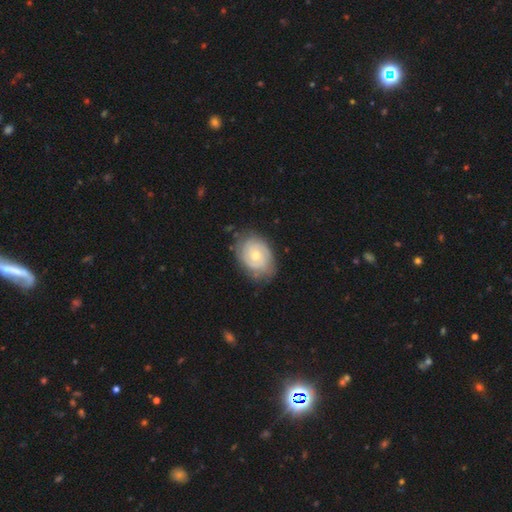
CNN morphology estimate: Smooth or featured: featured or disk — 77% (smooth — 18%)
Edge-on disk: no — 97% (yes — 3%)
Bar: no — 73% (weak — 24%)
Spiral arms: yes — 92% (no — 8%)
Spiral winding: tight — 72% (medium — 22%)
Spiral arm count: 2 — 51% (can't tell — 28%)
Bulge size: small — 49% (moderate — 47%)
Merging: none — 75% (minor disturbance — 19%)